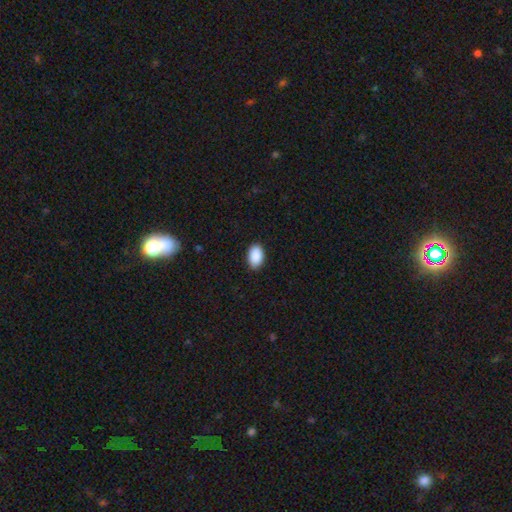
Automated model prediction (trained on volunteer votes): Q: Smooth or featured?
A: smooth (91%); runner-up: star or artifact (7%)
Q: How rounded?
A: in between (92%); runner-up: round (7%)
Q: Merging?
A: none (89%); runner-up: minor disturbance (9%)